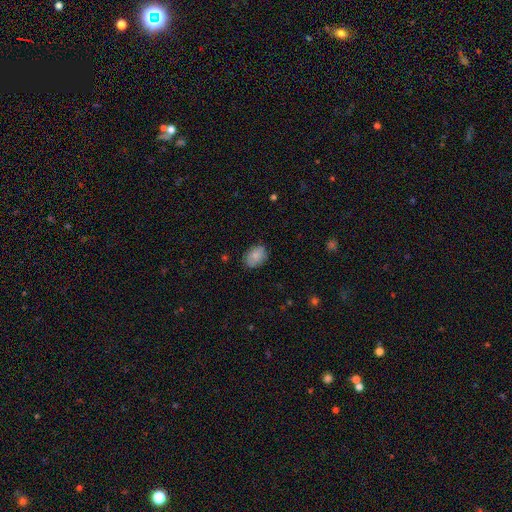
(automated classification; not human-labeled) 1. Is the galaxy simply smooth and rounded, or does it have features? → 83% smooth, 9% featured or disk, 7% star or artifact.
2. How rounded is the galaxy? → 76% in between, 23% round, 1% cigar-shaped.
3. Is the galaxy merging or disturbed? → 79% none, 16% minor disturbance, 3% major disturbance, 1% merger.